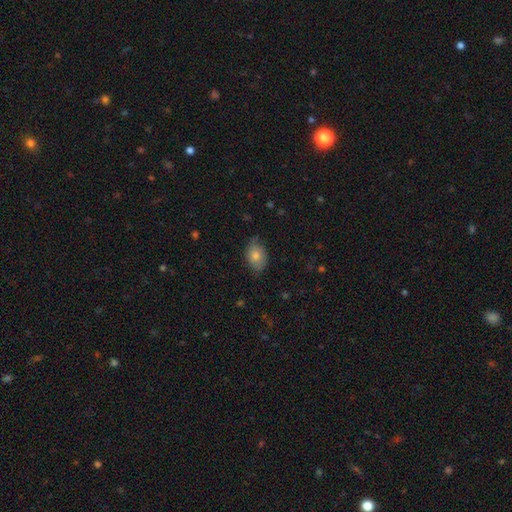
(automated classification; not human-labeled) The model was most divided on "merging": none: 68%, minor disturbance: 26%, major disturbance: 5%, merger: 1%. More confident: how rounded — in between (83%); smooth or featured — smooth (76%).